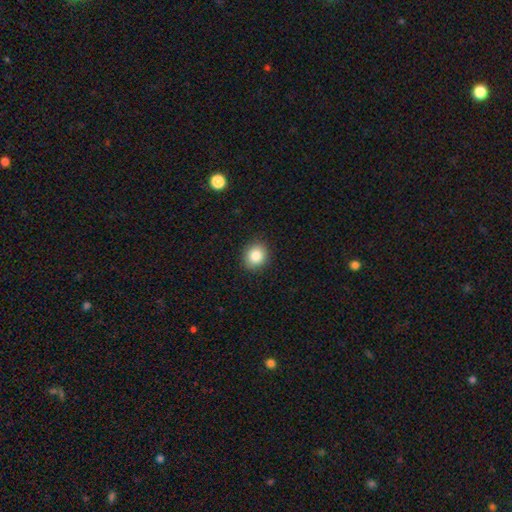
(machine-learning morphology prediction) The model was most divided on "how rounded": round: 74%, in between: 25%, cigar-shaped: 1%. More confident: merging — none (90%); smooth or featured — smooth (86%).